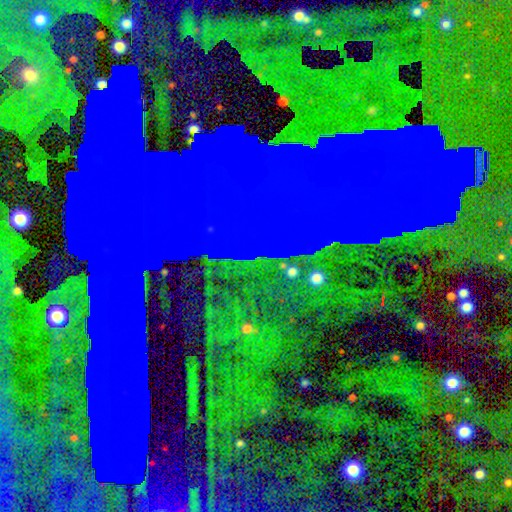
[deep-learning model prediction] A star or artifact, not a galaxy (85%).